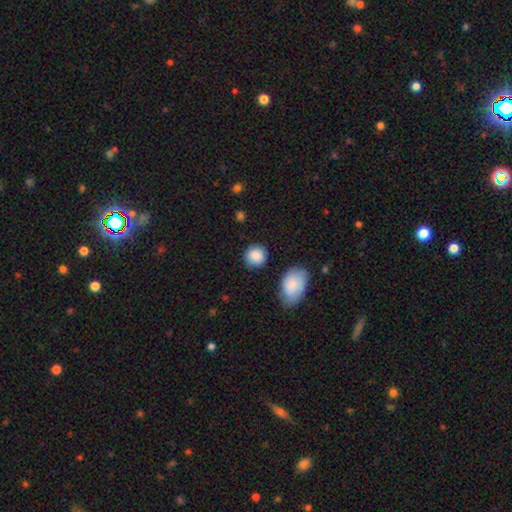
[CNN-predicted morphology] This is clearly a smooth galaxy (89%). How rounded: clearly round (84%). Merging: clearly none (83%).